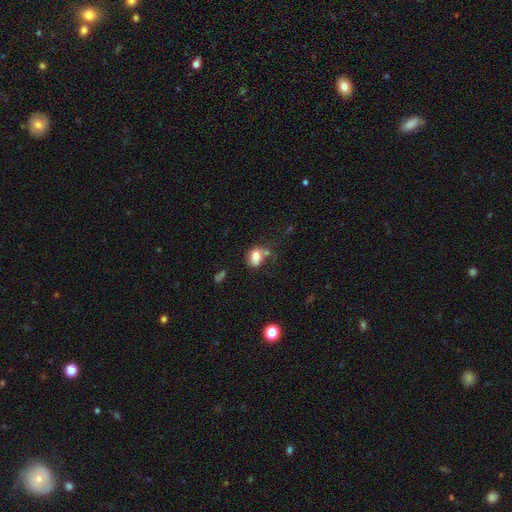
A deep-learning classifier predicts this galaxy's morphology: The model was most divided on "merging": none: 46%, minor disturbance: 22%, merger: 21%, major disturbance: 11%. More confident: smooth or featured — smooth (76%); how rounded — in between (67%).